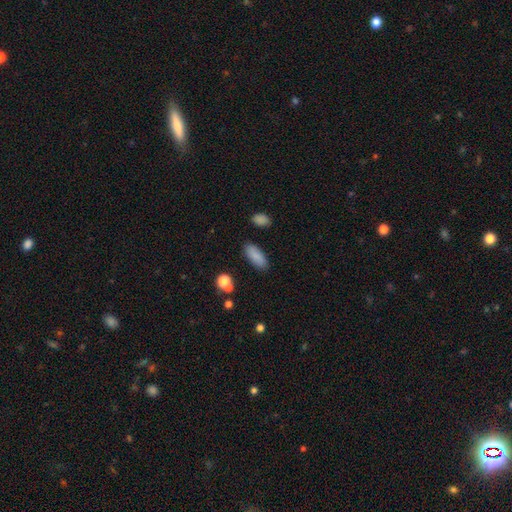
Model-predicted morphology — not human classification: type=smooth (86%); roundness=in between (80%); merging=none (85%).